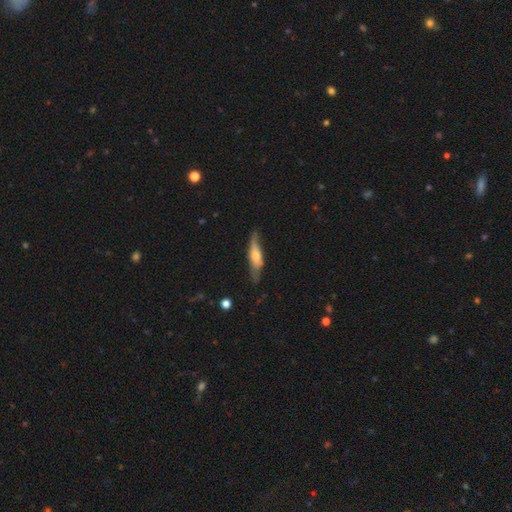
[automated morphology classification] Smooth or featured? Predicted: featured or disk (p=0.49). Merging? Predicted: none (p=0.65).